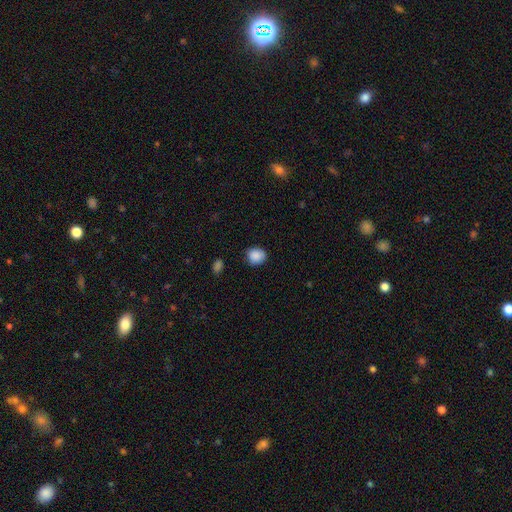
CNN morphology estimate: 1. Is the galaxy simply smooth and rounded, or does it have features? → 88% smooth, 8% star or artifact, 3% featured or disk.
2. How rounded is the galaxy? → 79% round, 20% in between, 1% cigar-shaped.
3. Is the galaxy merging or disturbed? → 83% none, 13% minor disturbance, 3% major disturbance, 2% merger.